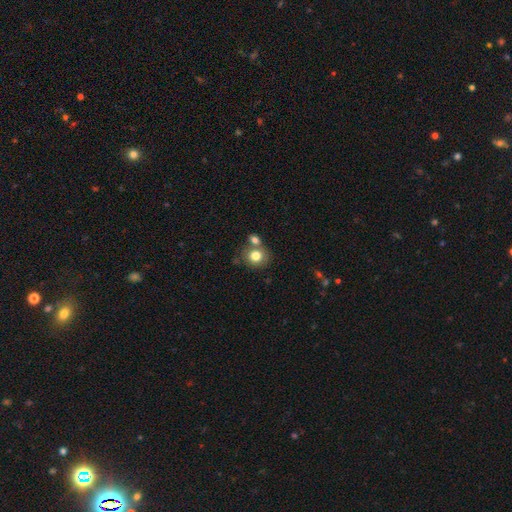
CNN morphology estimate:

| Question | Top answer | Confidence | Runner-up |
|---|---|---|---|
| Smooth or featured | smooth | 79% | featured or disk (12%) |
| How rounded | round | 75% | in between (24%) |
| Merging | none | 56% | merger (29%) |